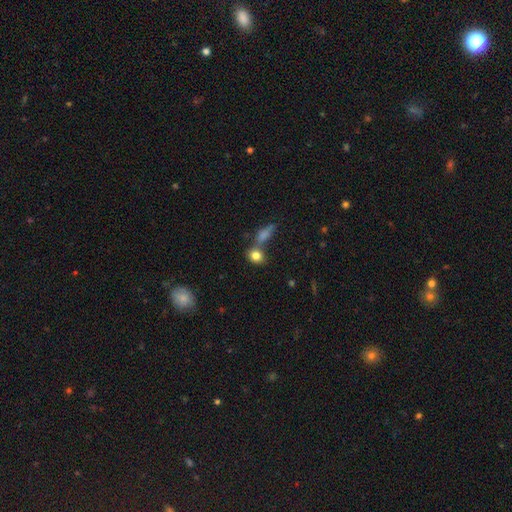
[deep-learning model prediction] smooth-or-featured: smooth: 81% | star or artifact: 10% | featured or disk: 9%
  how-rounded: round: 50% | in between: 47% | cigar-shaped: 3%
  merging: none: 52% | merger: 31% | minor disturbance: 12% | major disturbance: 5%